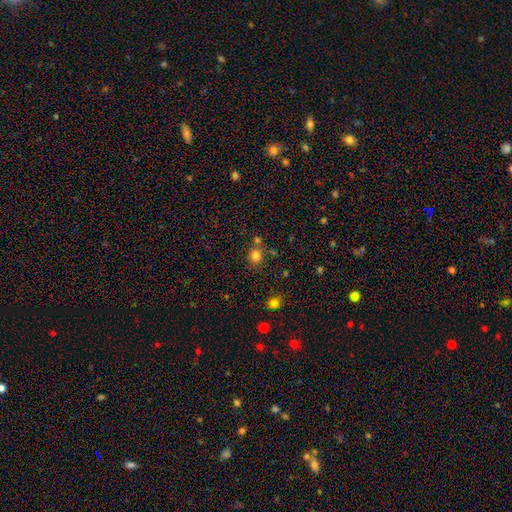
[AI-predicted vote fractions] A smooth galaxy with no disk features (80%) that is round (83%). Merging: none (69%).